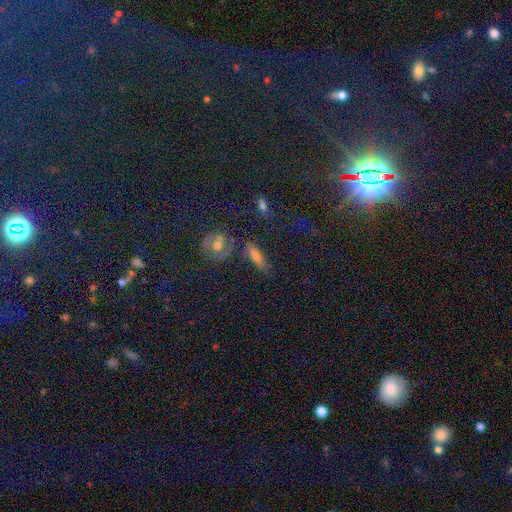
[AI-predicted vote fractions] Smooth or featured? Predicted: smooth (p=0.64). How rounded? Predicted: cigar-shaped (p=0.52). Merging? Predicted: none (p=0.74).